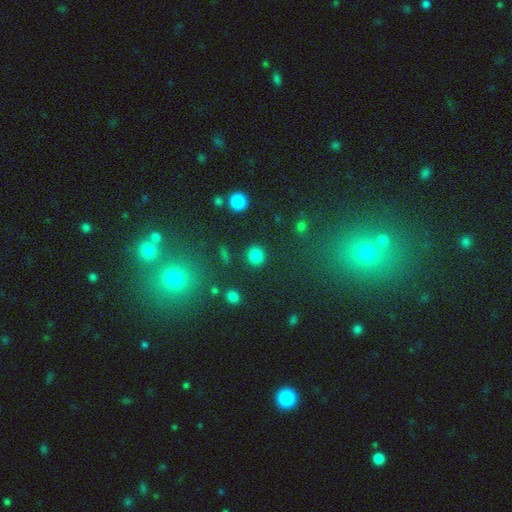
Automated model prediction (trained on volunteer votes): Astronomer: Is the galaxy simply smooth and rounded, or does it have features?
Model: smooth — 84%.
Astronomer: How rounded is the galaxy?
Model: round — 87%.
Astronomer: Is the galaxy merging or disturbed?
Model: none — 89%.